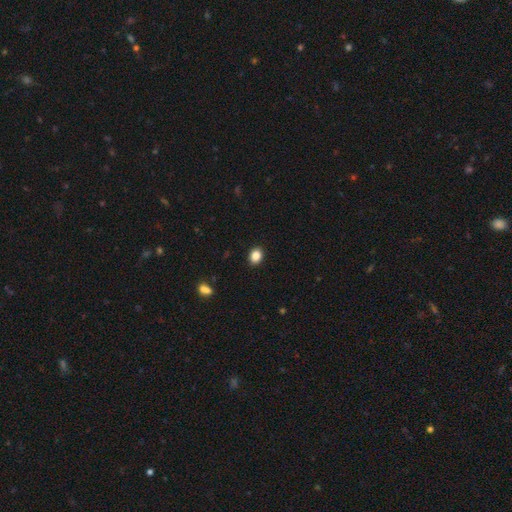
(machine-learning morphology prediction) smooth 86%, star or artifact 10%, featured or disk 5%. Down the decision tree: how rounded — in between (57%); merging — none (91%).